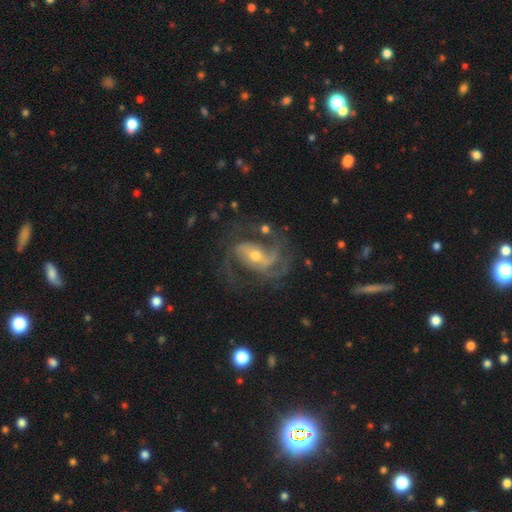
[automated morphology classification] smooth-or-featured: featured or disk: 88% | smooth: 6% | star or artifact: 6%
  disk-edge-on: no: 97% | yes: 3%
    bar: weak: 42% | strong: 31% | no: 27%
    has-spiral-arms: yes: 95% | no: 5%
      spiral-winding: medium: 52% | loose: 25% | tight: 22%
      spiral-arm-count: 2: 54% | 3: 20% | can't tell: 12% | 1: 5% | 4: 5% | more than 4: 4%
    bulge-size: moderate: 51% | small: 43% | large: 3% | none: 2% | dominant: 1%
  merging: none: 59% | major disturbance: 20% | minor disturbance: 18% | merger: 3%